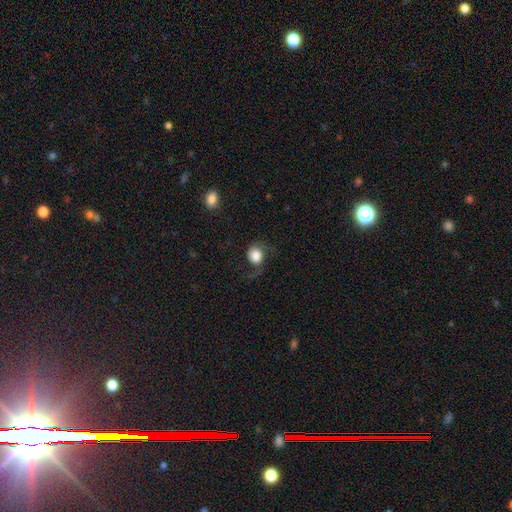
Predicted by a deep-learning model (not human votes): Morphology: type=smooth (55%); roundness=round (71%); merging=none (47%).